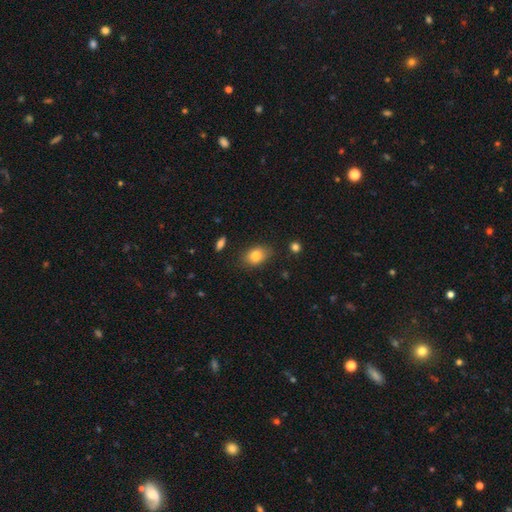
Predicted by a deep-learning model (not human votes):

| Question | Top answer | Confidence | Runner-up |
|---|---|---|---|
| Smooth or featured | smooth | 82% | featured or disk (9%) |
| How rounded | in between | 77% | round (21%) |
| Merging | none | 81% | minor disturbance (14%) |